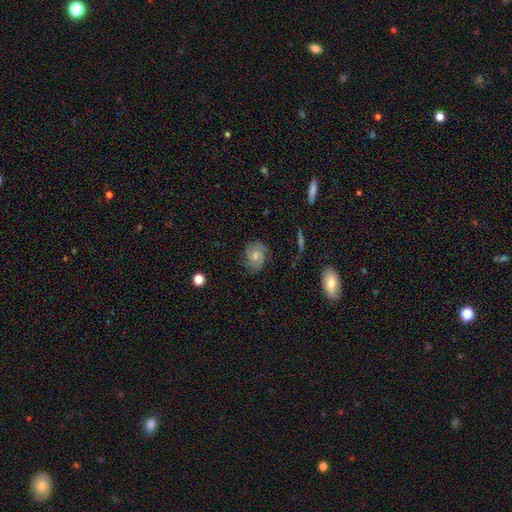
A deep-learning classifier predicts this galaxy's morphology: Smooth or featured?
  - featured or disk: 62% *
  - smooth: 29%
  - star or artifact: 9%
Edge-on disk?
  - no: 97% *
  - yes: 3%
Bar?
  - no: 71% *
  - weak: 25%
  - strong: 4%
Spiral arms?
  - yes: 91% *
  - no: 9%
Spiral winding?
  - tight: 51% *
  - medium: 38%
  - loose: 12%
Spiral arm count?
  - 2: 36% *
  - can't tell: 26%
  - 3: 24%
  - 4: 6%
  - 1: 5%
  - more than 4: 4%
Bulge size?
  - moderate: 47% *
  - small: 41%
  - none: 6%
  - large: 4%
  - dominant: 1%
Merging?
  - none: 73% *
  - minor disturbance: 18%
  - major disturbance: 7%
  - merger: 2%